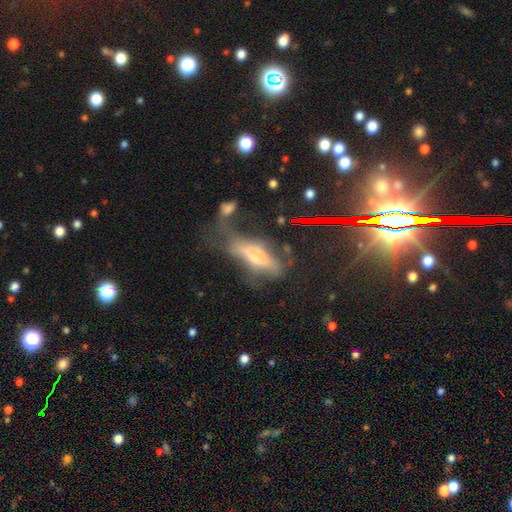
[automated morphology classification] smooth_or_featured: featured or disk (p=0.45) [alt: smooth p=0.41]
merging: major disturbance (p=0.38) [alt: merger p=0.23]